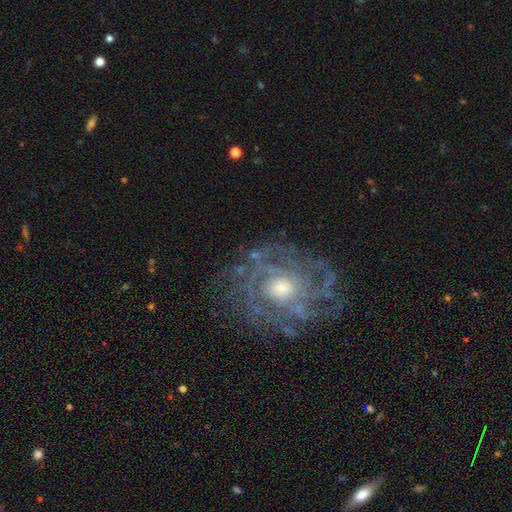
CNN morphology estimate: smooth_or_featured: featured or disk (p=0.80) [alt: smooth p=0.10]
disk_edge_on: no (p=0.96) [alt: yes p=0.04]
bar: no (p=0.82) [alt: weak p=0.14]
has_spiral_arms: yes (p=0.85) [alt: no p=0.15]
spiral_winding: tight (p=0.66) [alt: medium p=0.25]
spiral_arm_count: can't tell (p=0.45) [alt: more than 4 p=0.14]
bulge_size: moderate (p=0.56) [alt: small p=0.25]
merging: none (p=0.73) [alt: minor disturbance p=0.15]